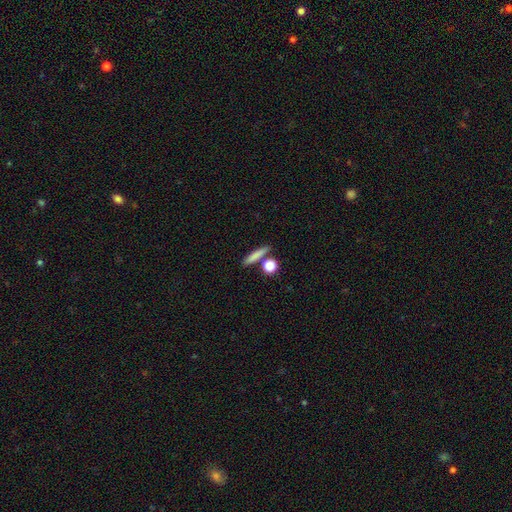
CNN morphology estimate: Smooth or featured? smooth (79%)
How rounded? cigar-shaped (65%)
Merging? none (77%)